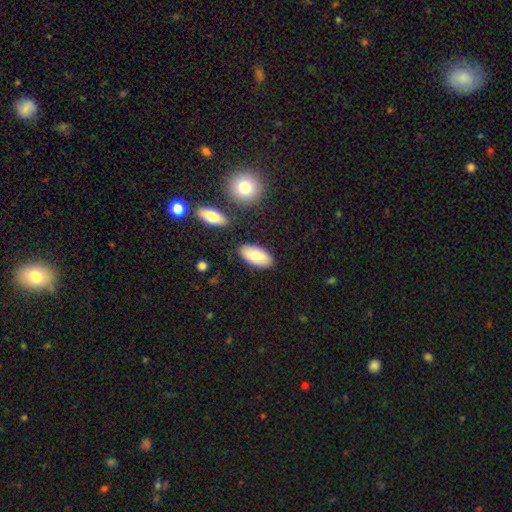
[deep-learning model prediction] smooth-or-featured: smooth: 79% | featured or disk: 15% | star or artifact: 6%
  how-rounded: in between: 94% | cigar-shaped: 3% | round: 3%
  merging: none: 84% | minor disturbance: 10% | merger: 4% | major disturbance: 2%